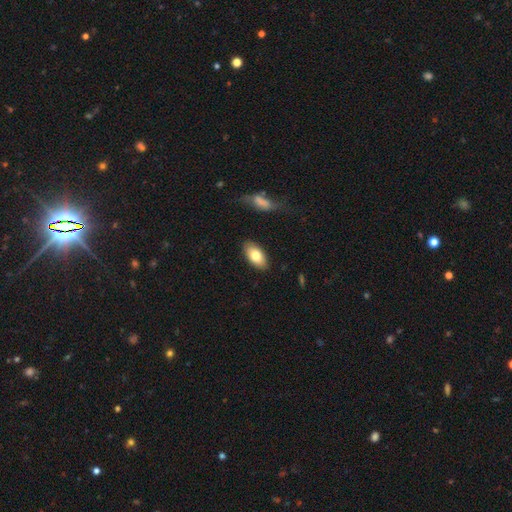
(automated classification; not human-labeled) Smooth or featured? smooth (78%)
How rounded? in between (93%)
Merging? none (86%)